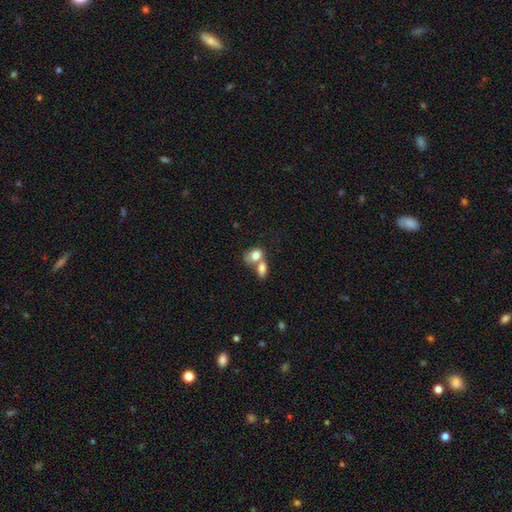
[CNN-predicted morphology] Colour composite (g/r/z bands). It shows a smooth galaxy with no disk features (78%) that is in between round and cigar-shaped (73%). Merging: merger (65%).